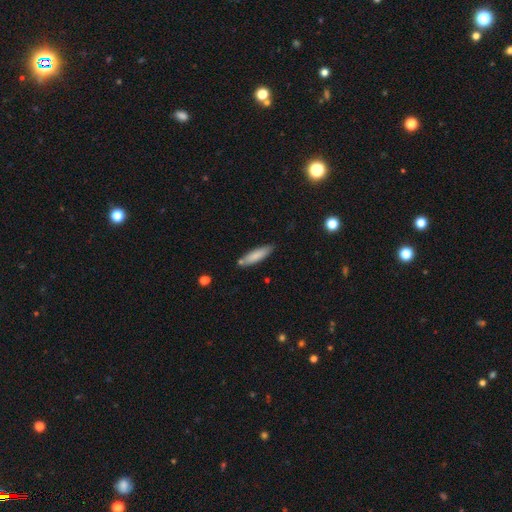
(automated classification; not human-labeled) A smooth galaxy with no disk features (81%) that is cigar-shaped (72%). Merging: none (77%).